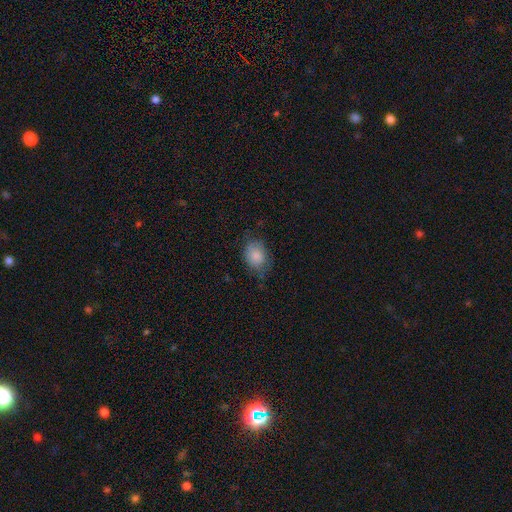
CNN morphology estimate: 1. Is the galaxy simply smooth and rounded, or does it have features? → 84% smooth, 8% featured or disk, 8% star or artifact.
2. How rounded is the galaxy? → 60% in between, 39% round, 1% cigar-shaped.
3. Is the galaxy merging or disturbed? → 64% none, 27% minor disturbance, 8% major disturbance, 1% merger.